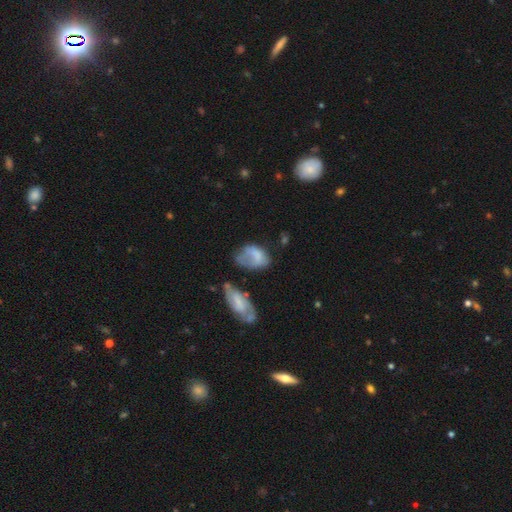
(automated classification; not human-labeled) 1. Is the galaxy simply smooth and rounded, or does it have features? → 61% smooth, 30% featured or disk, 9% star or artifact.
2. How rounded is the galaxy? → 83% in between, 14% round, 2% cigar-shaped.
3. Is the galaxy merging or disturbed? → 30% minor disturbance (tied), 30% major disturbance (tied), 29% none, 11% merger.